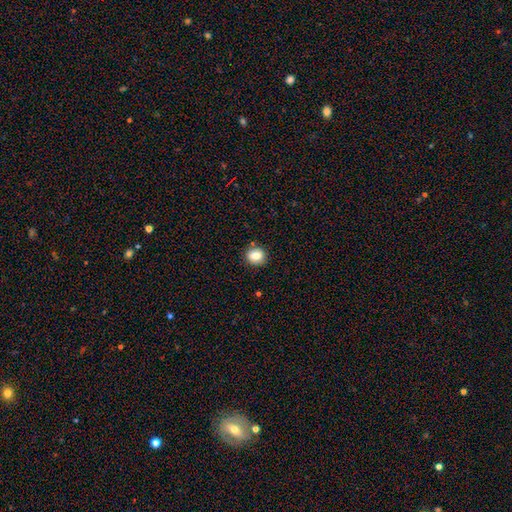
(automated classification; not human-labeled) This appears to be a smooth galaxy with no disk features (81%) that is round (73%). Merging: none (86%).